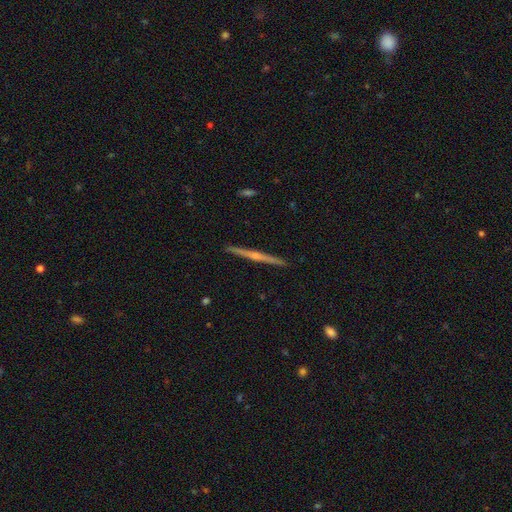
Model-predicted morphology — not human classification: Smooth or featured? Predicted: featured or disk (p=0.75). Edge-on disk? Predicted: yes (p=0.99). Edge-on bulge? Predicted: rounded (p=0.65). Merging? Predicted: none (p=0.93).